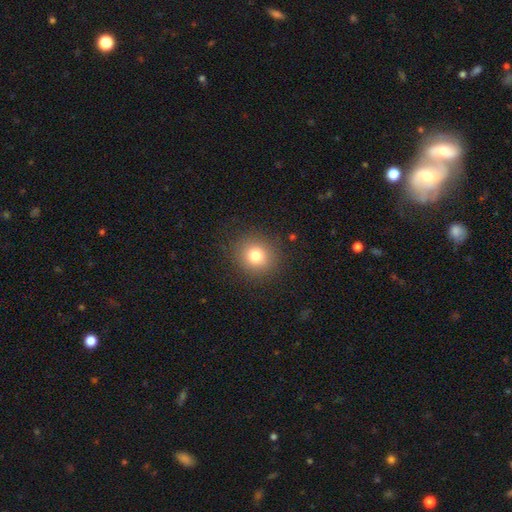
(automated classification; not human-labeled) Smooth or featured: smooth — 79% (star or artifact — 13%)
How rounded: round — 88% (in between — 11%)
Merging: none — 88% (minor disturbance — 7%)